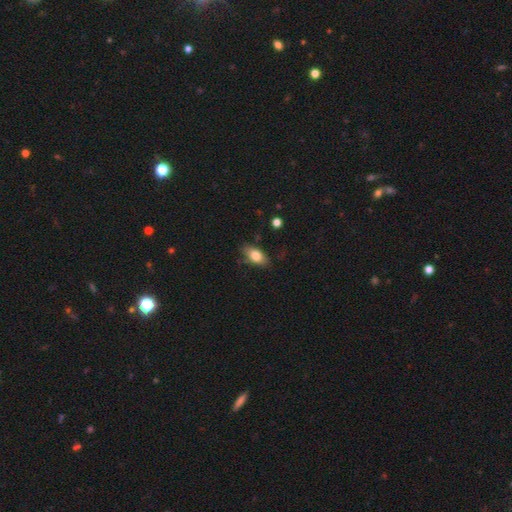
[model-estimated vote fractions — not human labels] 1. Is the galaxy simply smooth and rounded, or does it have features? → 78% smooth, 15% featured or disk, 7% star or artifact.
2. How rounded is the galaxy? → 88% in between, 6% cigar-shaped, 6% round.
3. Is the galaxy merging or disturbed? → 75% none, 19% minor disturbance, 4% major disturbance, 2% merger.